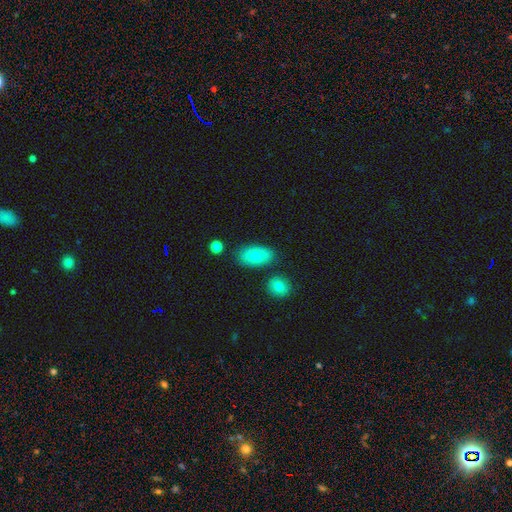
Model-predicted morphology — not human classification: Q: Smooth or featured?
A: smooth (77%); runner-up: featured or disk (15%)
Q: How rounded?
A: in between (91%); runner-up: round (7%)
Q: Merging?
A: none (78%); runner-up: minor disturbance (13%)